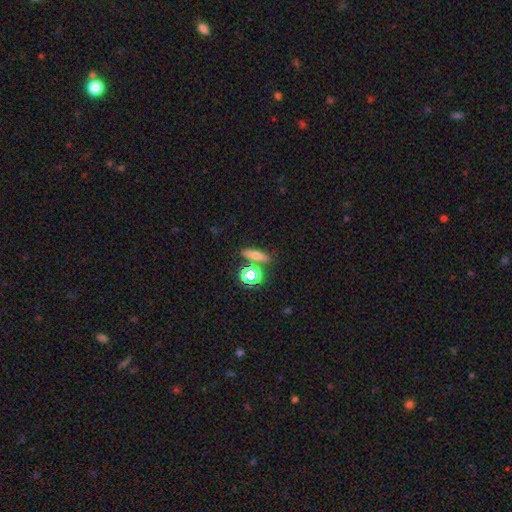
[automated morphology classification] Q: Smooth or featured?
A: smooth (52%); runner-up: featured or disk (26%)
Q: How rounded?
A: cigar-shaped (48%); runner-up: in between (34%)
Q: Merging?
A: none (76%); runner-up: merger (11%)